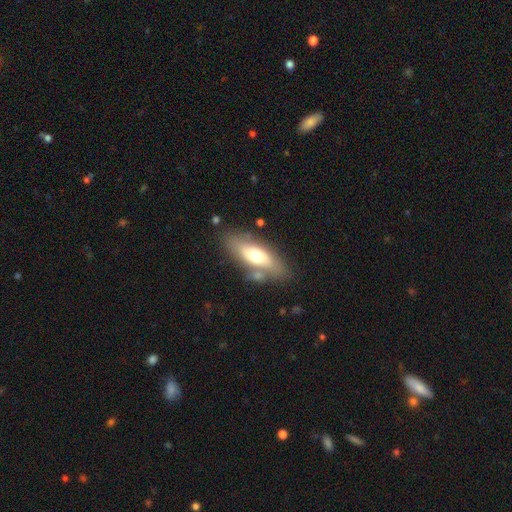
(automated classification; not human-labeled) A smooth galaxy with no disk features (58%) that is in between round and cigar-shaped (68%).

Vote fractions:
- Smooth or featured? smooth: 58% / featured or disk: 36% / star or artifact: 6%
- How rounded? in between: 68% / cigar-shaped: 30% / round: 3%
- Merging? none: 69% / minor disturbance: 16% / merger: 10% / major disturbance: 5%